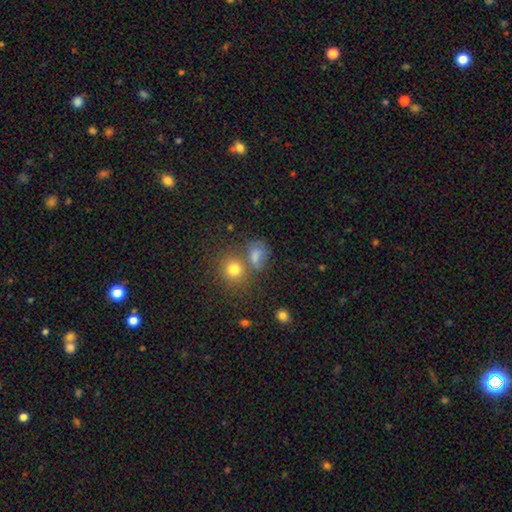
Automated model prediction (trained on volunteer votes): A smooth galaxy with no disk features (72%) that is in between round and cigar-shaped (53%).

Vote fractions:
- Smooth or featured? smooth: 72% / star or artifact: 16% / featured or disk: 12%
- How rounded? in between: 53% / round: 45% / cigar-shaped: 2%
- Merging? none: 47% / merger: 27% / minor disturbance: 17% / major disturbance: 9%